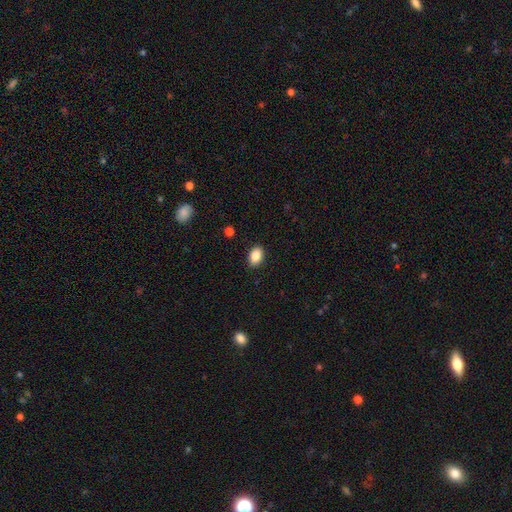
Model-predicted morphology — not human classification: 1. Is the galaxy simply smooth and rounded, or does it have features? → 87% smooth, 8% star or artifact, 5% featured or disk.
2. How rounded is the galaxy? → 84% in between, 15% round, 1% cigar-shaped.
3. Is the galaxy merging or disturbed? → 89% none, 8% minor disturbance, 2% major disturbance, 1% merger.